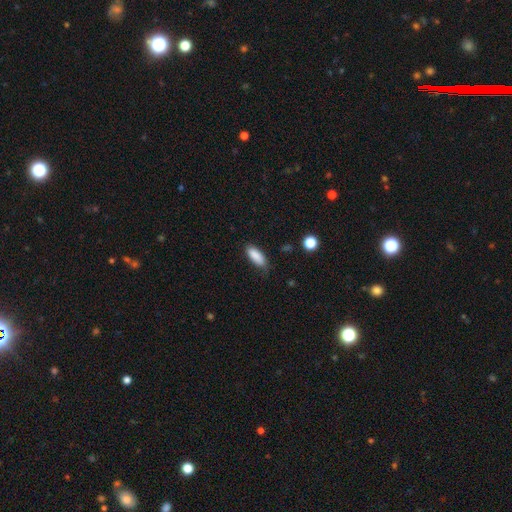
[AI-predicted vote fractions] This is clearly a smooth galaxy (88%). How rounded: likely in between (75%). Merging: likely none (75%).